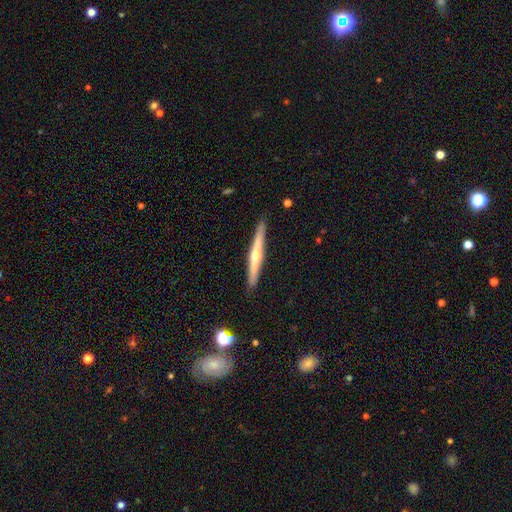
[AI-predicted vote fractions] Smooth or featured? featured or disk (64%)
Edge-on disk? yes (98%)
Edge-on bulge? rounded (80%)
Merging? none (91%)